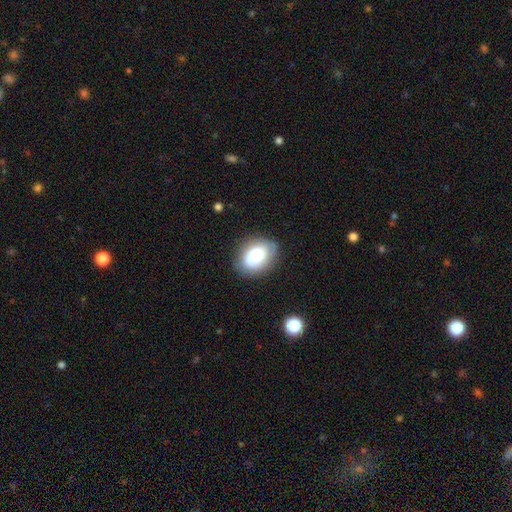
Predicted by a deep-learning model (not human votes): smooth_or_featured: smooth (p=0.79) [alt: featured or disk p=0.13]
how_rounded: in between (p=0.74) [alt: round p=0.25]
merging: none (p=0.77) [alt: minor disturbance p=0.17]